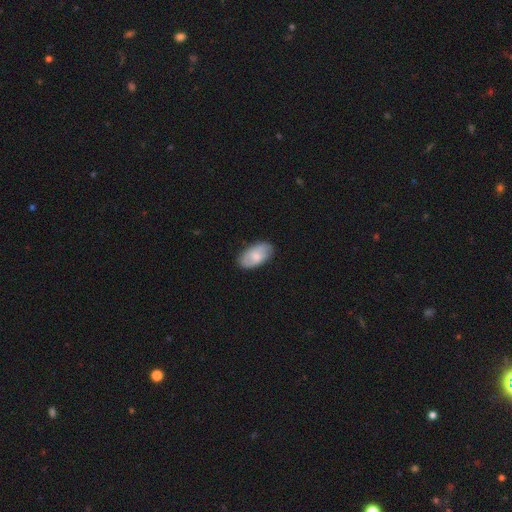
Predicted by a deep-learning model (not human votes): smooth-or-featured: smooth: 64% | featured or disk: 29% | star or artifact: 6%
  how-rounded: in between: 94% | round: 4% | cigar-shaped: 2%
  merging: none: 80% | minor disturbance: 16% | major disturbance: 3% | merger: 1%